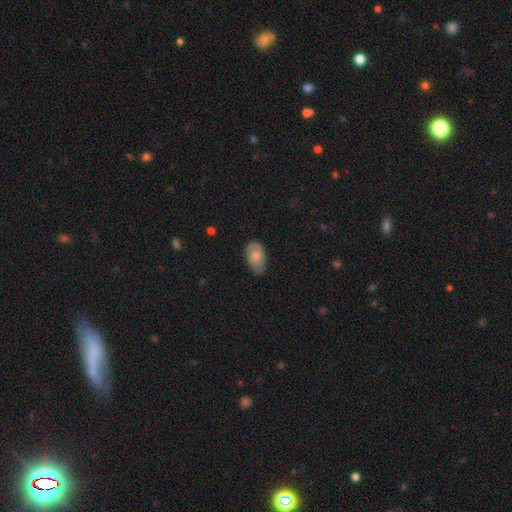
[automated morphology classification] smooth_or_featured: smooth (p=0.70) [alt: featured or disk p=0.23]
how_rounded: in between (p=0.92) [alt: round p=0.07]
merging: none (p=0.60) [alt: minor disturbance p=0.32]